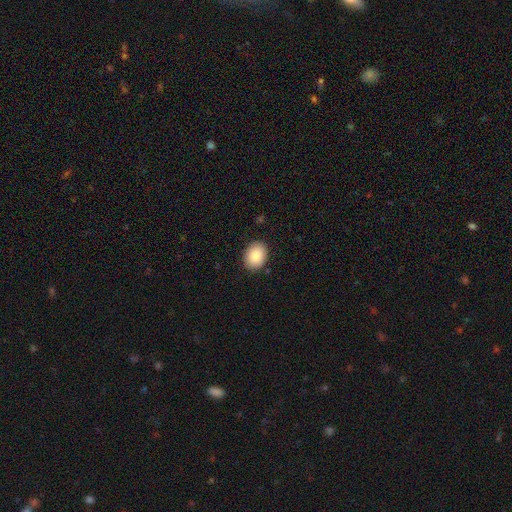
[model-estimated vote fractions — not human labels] Q: Smooth or featured?
A: smooth (89%); runner-up: star or artifact (7%)
Q: How rounded?
A: in between (64%); runner-up: round (35%)
Q: Merging?
A: none (88%); runner-up: minor disturbance (9%)